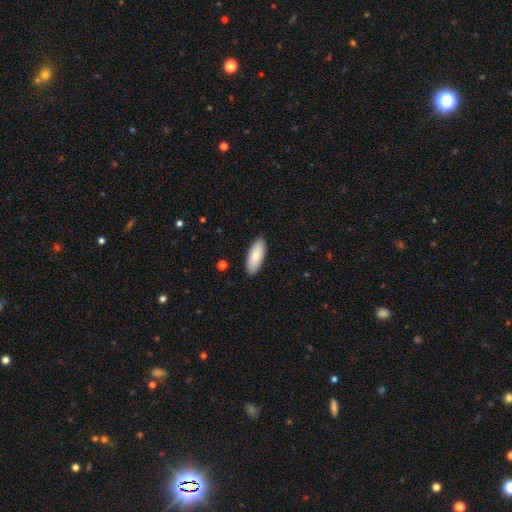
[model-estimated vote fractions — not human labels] smooth 82%, featured or disk 12%, star or artifact 6%. Down the decision tree: how rounded — in between (78%); merging — none (90%).